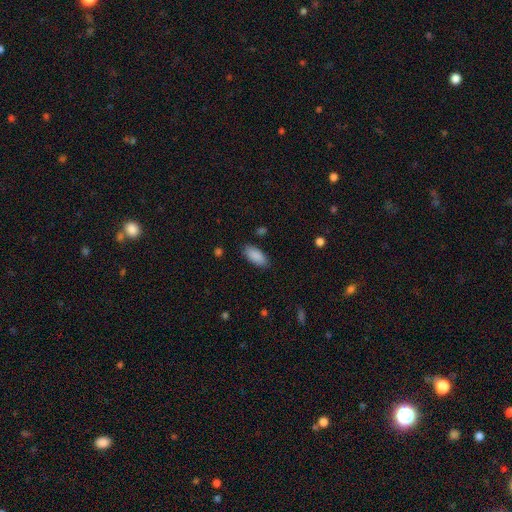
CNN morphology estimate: This is clearly a smooth galaxy (89%). How rounded: clearly in between (88%). Merging: clearly none (86%).